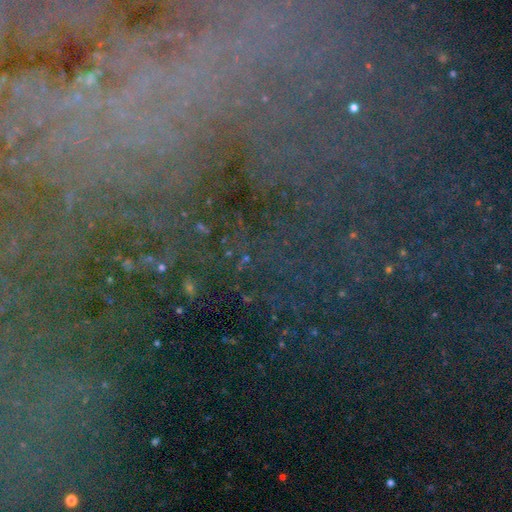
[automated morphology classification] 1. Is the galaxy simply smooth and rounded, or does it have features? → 71% star or artifact, 17% featured or disk, 12% smooth.